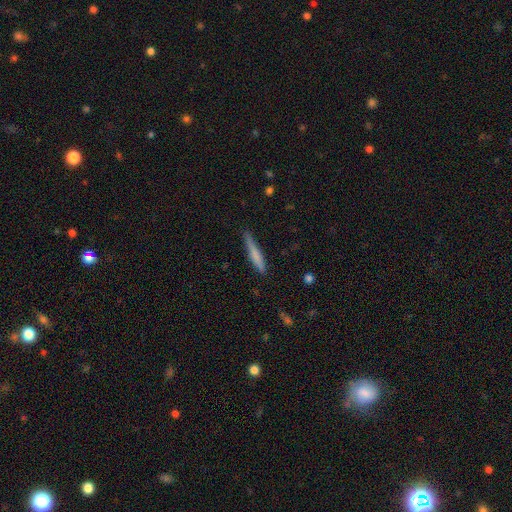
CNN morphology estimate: This is likely a smooth galaxy (67%). How rounded: clearly cigar-shaped (94%). Merging: likely none (79%).